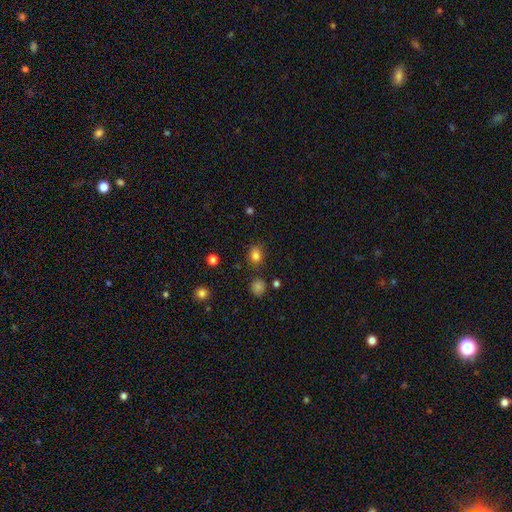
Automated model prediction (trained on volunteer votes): Smooth or featured: smooth — 81% (star or artifact — 14%)
How rounded: round — 50% (in between — 49%)
Merging: none — 77% (minor disturbance — 15%)